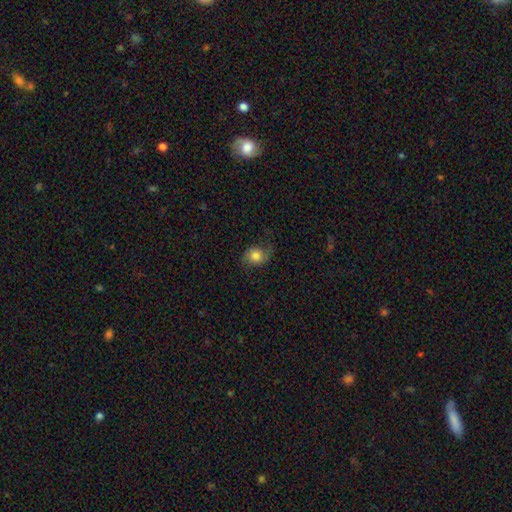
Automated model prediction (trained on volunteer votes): Smooth or featured: smooth — 61% (featured or disk — 29%)
How rounded: round — 61% (in between — 38%)
Merging: none — 66% (minor disturbance — 21%)